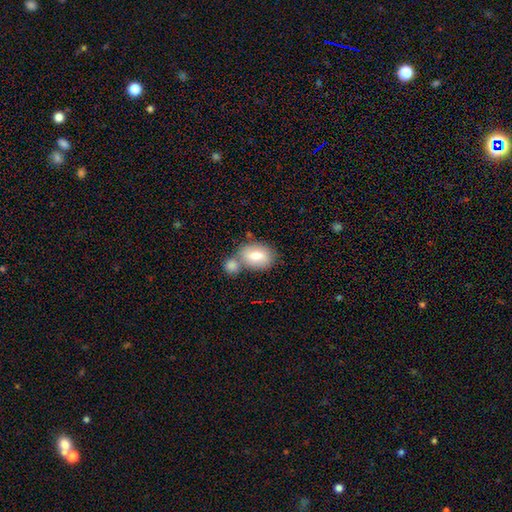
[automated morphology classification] smooth 78%, featured or disk 15%, star or artifact 7%. Down the decision tree: how rounded — in between (79%); merging — merger (42%, tied with none).